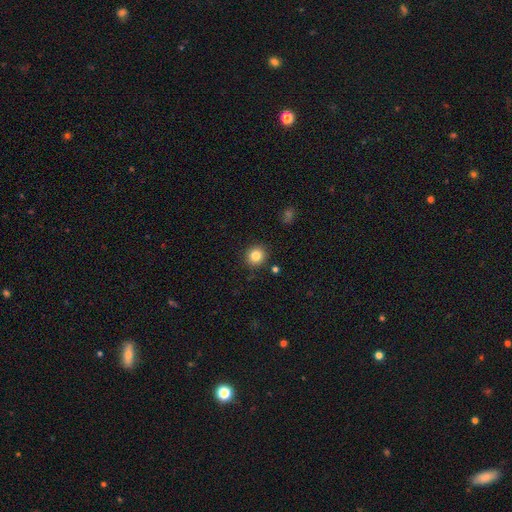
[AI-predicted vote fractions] smooth 83%, star or artifact 11%, featured or disk 6%. Down the decision tree: how rounded — round (92%); merging — none (90%).